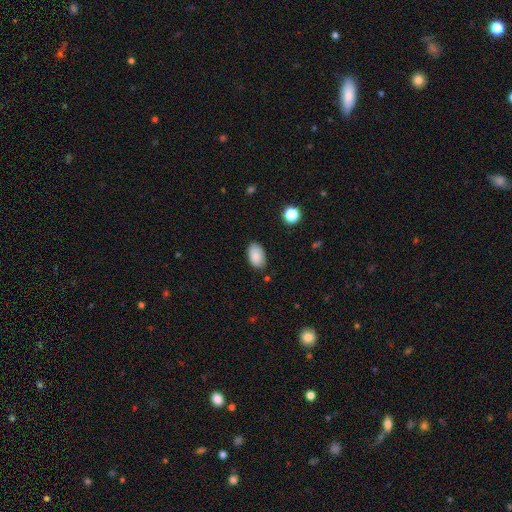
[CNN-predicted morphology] The model was most divided on "merging": none: 82%, minor disturbance: 14%, major disturbance: 3%, merger: 1%. More confident: how rounded — in between (93%); smooth or featured — smooth (87%).